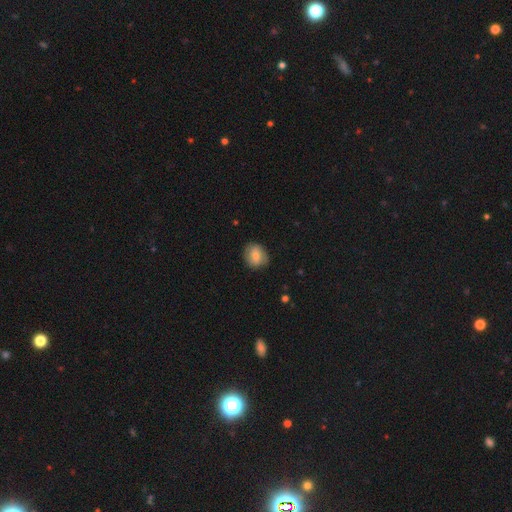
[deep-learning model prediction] A smooth galaxy with no disk features (66%) that is round (68%).

Vote fractions:
- Smooth or featured? smooth: 66% / featured or disk: 27% / star or artifact: 8%
- How rounded? round: 68% / in between: 31% / cigar-shaped: 1%
- Merging? none: 79% / minor disturbance: 16% / major disturbance: 4% / merger: 1%